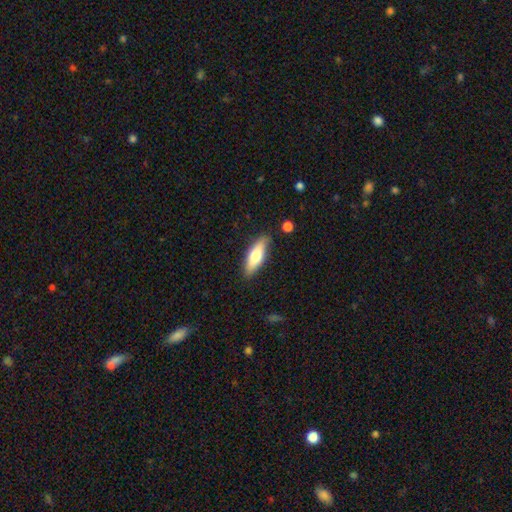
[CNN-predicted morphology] smooth_or_featured: smooth (p=0.67) [alt: featured or disk p=0.27]
how_rounded: in between (p=0.56) [alt: cigar-shaped p=0.42]
merging: none (p=0.82) [alt: minor disturbance p=0.13]